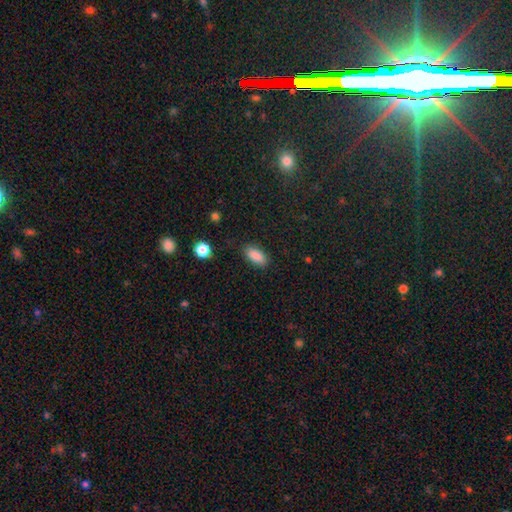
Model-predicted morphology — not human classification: This is clearly a smooth galaxy (88%). How rounded: clearly in between (87%). Merging: clearly none (84%).